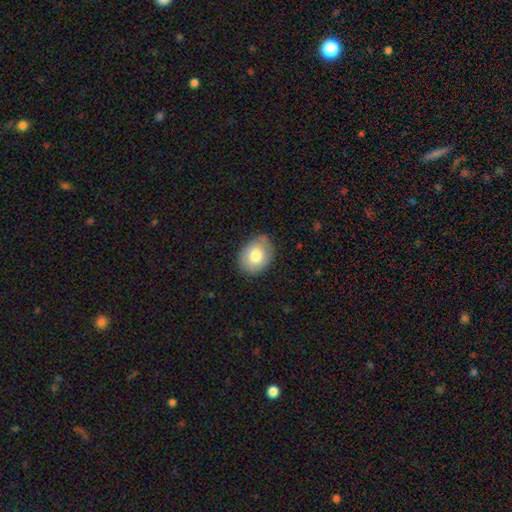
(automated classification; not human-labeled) Morphology: type=smooth (78%); roundness=in between (66%); merging=none (79%).